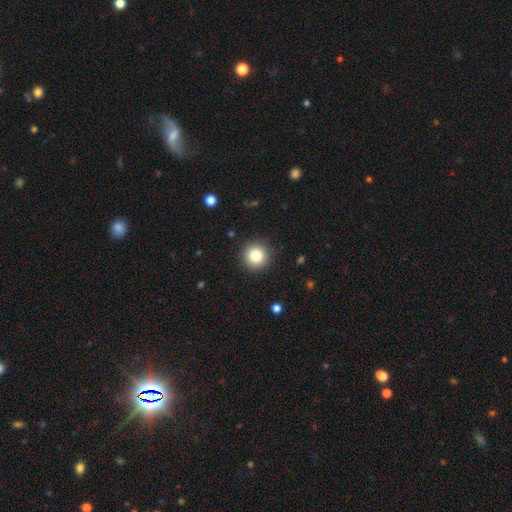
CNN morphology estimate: Smooth or featured? smooth (84%)
How rounded? round (95%)
Merging? none (91%)